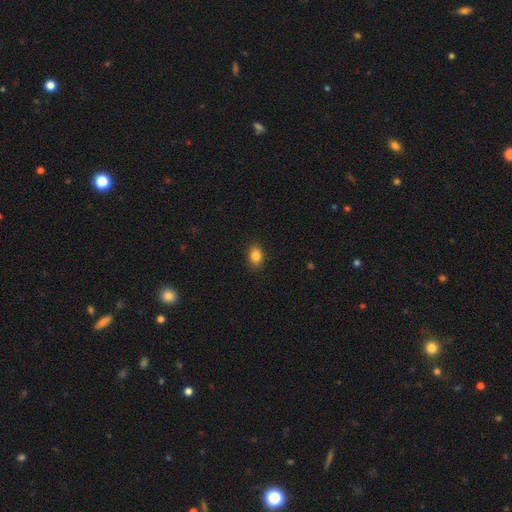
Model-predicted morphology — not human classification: type=smooth (85%); roundness=in between (69%); merging=none (89%).